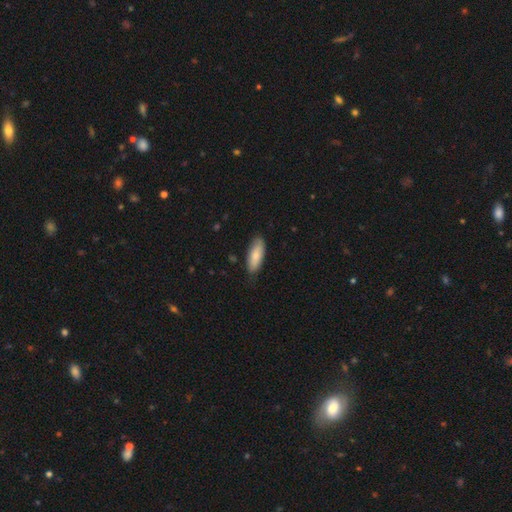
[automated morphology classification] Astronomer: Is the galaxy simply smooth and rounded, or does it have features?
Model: smooth — 79%.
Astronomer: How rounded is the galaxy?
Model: in between — 74%.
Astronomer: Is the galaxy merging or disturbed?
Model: none — 80%.